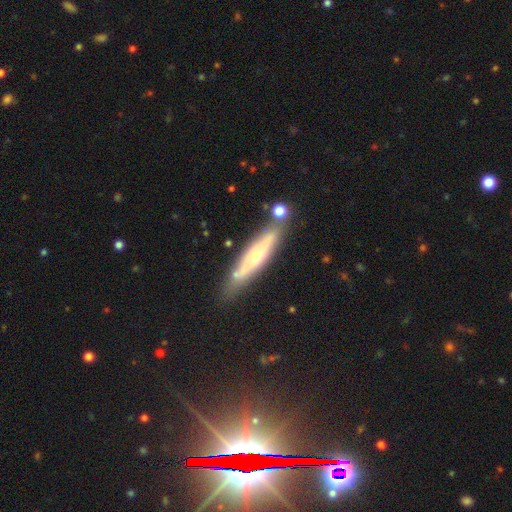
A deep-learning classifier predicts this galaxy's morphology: featured or disk 56%, smooth 37%, star or artifact 7%. Down the decision tree: edge-on disk — yes (74%); merging — none (74%).